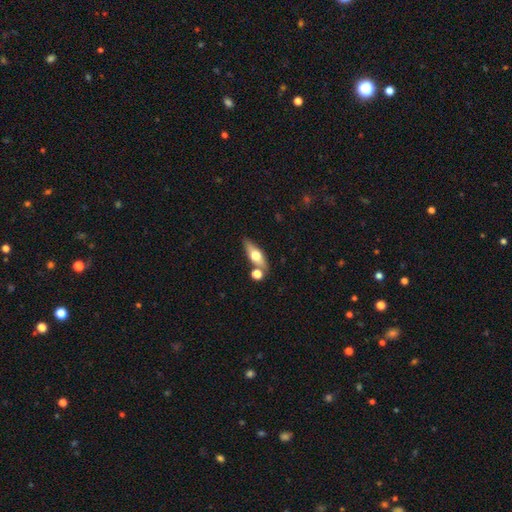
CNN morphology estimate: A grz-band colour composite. It shows a smooth galaxy with no disk features (50%) that is in between round and cigar-shaped (54%). Merging: none (69%).